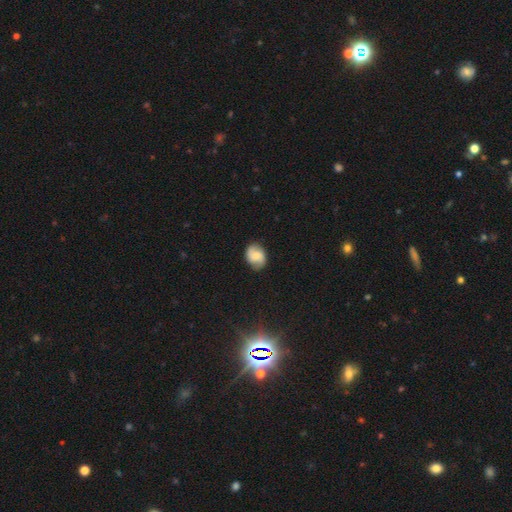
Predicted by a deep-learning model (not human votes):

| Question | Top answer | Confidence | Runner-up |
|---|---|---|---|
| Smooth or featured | featured or disk | 46% | smooth (45%) |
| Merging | none | 80% | minor disturbance (15%) |